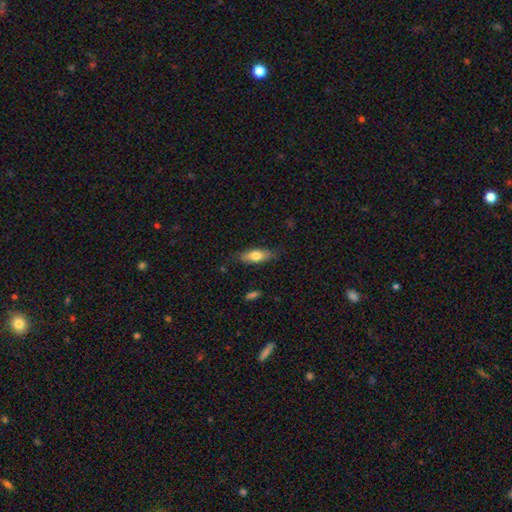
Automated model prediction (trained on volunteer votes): Overall: smooth (72%). How rounded: in between (71%). Merging: none (78%).